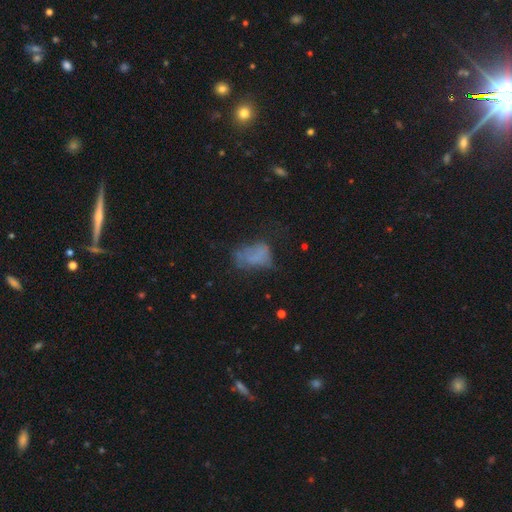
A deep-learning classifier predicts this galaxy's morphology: Smooth or featured: smooth — 55% (featured or disk — 28%)
How rounded: in between — 86% (round — 12%)
Merging: none — 35% (major disturbance — 32%)